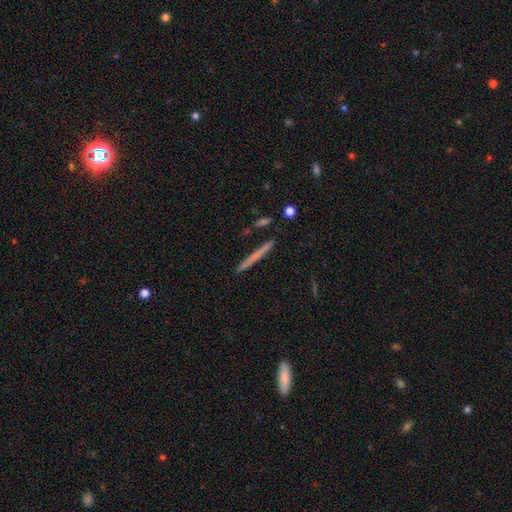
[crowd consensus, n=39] Smooth or featured? smooth (62%)
How rounded? cigar-shaped (92%)
Merging? none (92%)